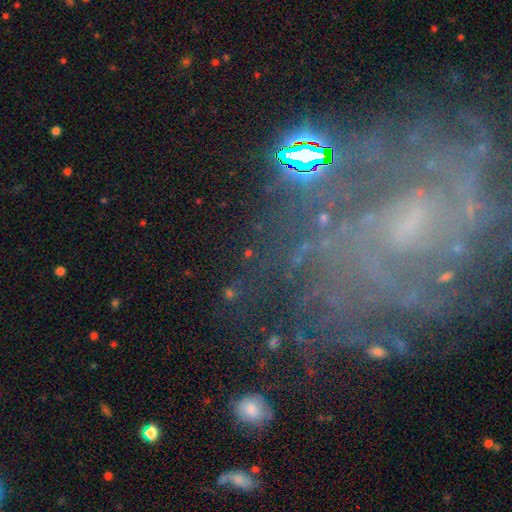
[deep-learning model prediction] Smooth or featured? featured or disk (60%)
Edge-on disk? no (95%)
Bar? no (42%)
Spiral arms? yes (80%)
Bulge size? small (48%)
Merging? none (67%)